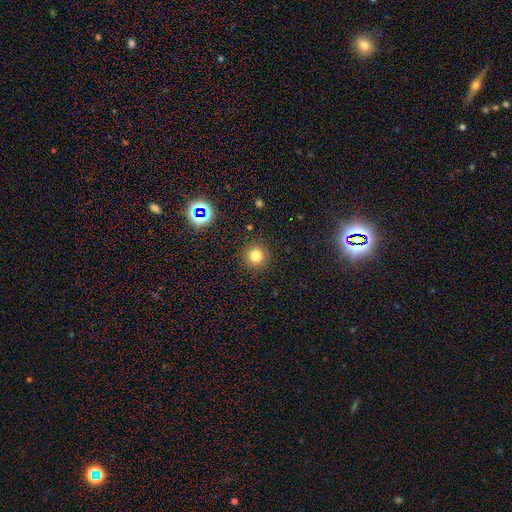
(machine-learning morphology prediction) Smooth or featured: smooth — 78% (star or artifact — 16%)
How rounded: round — 95% (in between — 4%)
Merging: none — 91% (minor disturbance — 6%)